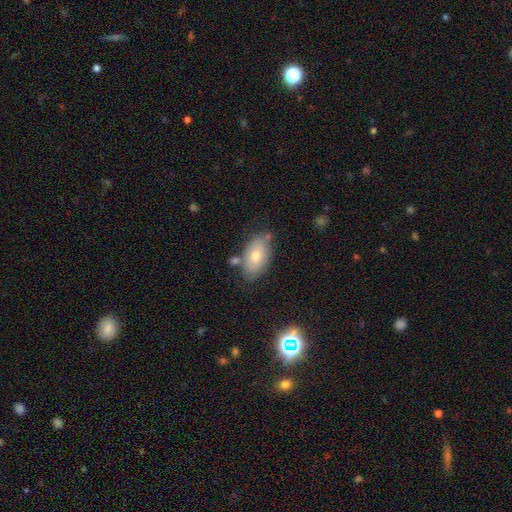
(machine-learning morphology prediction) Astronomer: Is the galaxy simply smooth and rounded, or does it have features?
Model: smooth — 73%.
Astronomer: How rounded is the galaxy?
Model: in between — 92%.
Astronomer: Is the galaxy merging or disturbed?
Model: none — 70%.